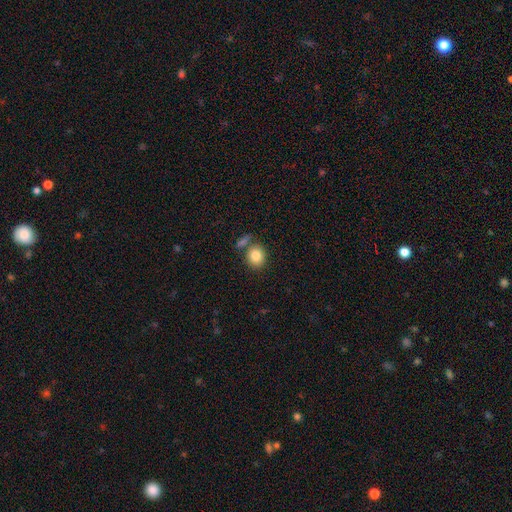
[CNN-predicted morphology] type=smooth (82%); roundness=round (71%); merging=none (68%).